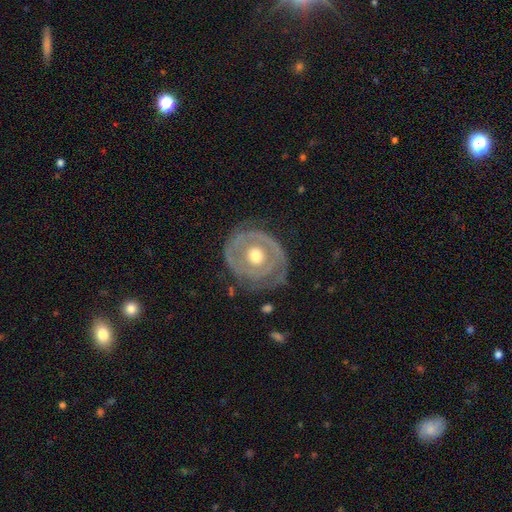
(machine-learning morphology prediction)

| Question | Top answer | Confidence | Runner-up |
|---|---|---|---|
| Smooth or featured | featured or disk | 76% | smooth (19%) |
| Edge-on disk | no | 96% | yes (4%) |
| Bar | no | 83% | weak (13%) |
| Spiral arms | yes | 63% | no (37%) |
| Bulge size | moderate | 76% | small (14%) |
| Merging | none | 68% | minor disturbance (21%) |